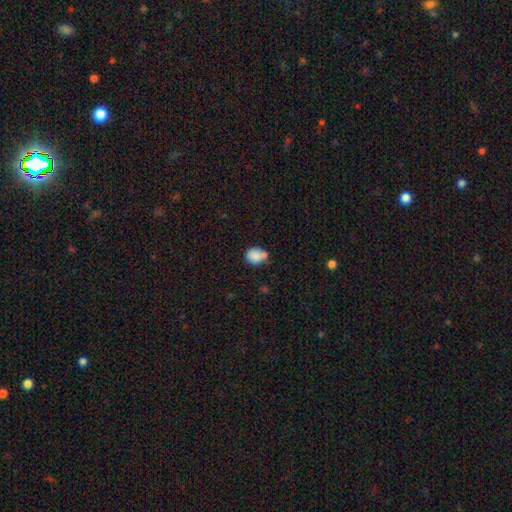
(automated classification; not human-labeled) Smooth or featured: smooth — 83% (star or artifact — 9%)
How rounded: round — 58% (in between — 41%)
Merging: none — 51% (merger — 22%)